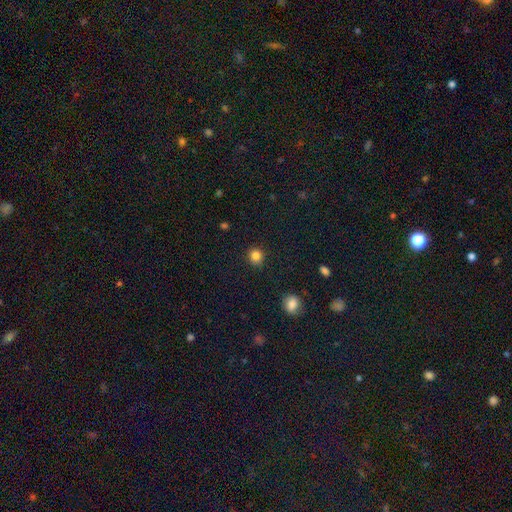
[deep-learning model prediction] A smooth galaxy with no disk features (84%) that is round (88%). Merging: none (90%).